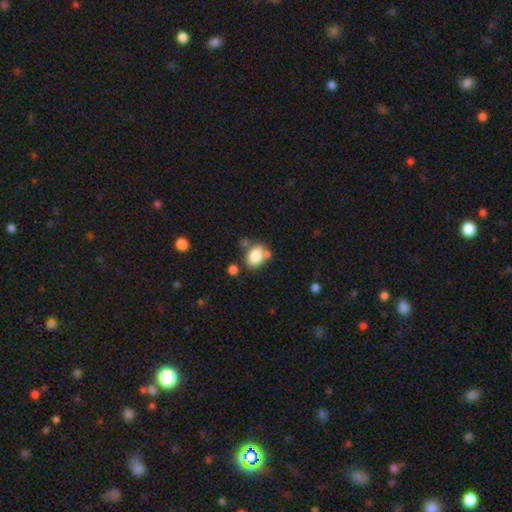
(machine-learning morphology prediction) Smooth or featured?
  - smooth: 82% *
  - featured or disk: 9%
  - star or artifact: 9%
How rounded?
  - in between: 75% *
  - round: 24%
  - cigar-shaped: 1%
Merging?
  - none: 59% *
  - merger: 18%
  - minor disturbance: 17%
  - major disturbance: 6%